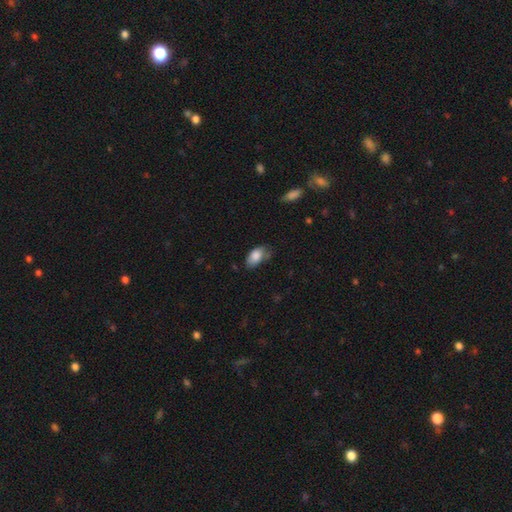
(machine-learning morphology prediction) A smooth galaxy with no disk features (84%) that is in between round and cigar-shaped (92%). Merging: none (54%).